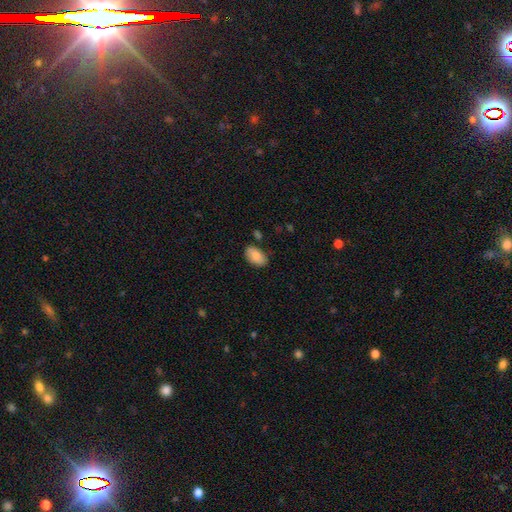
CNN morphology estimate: A smooth galaxy with no disk features (84%) that is in between round and cigar-shaped (94%).

Vote fractions:
- Smooth or featured? smooth: 84% / featured or disk: 9% / star or artifact: 6%
- How rounded? in between: 94% / round: 5% / cigar-shaped: 2%
- Merging? none: 79% / minor disturbance: 15% / merger: 3% / major disturbance: 3%